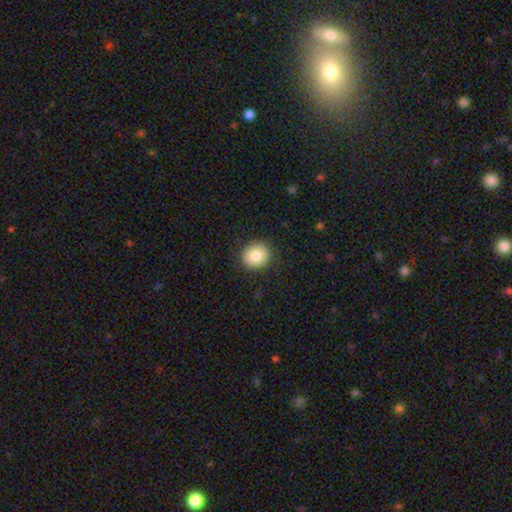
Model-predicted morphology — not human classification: smooth 82%, featured or disk 10%, star or artifact 8%. Down the decision tree: how rounded — round (85%); merging — none (88%).